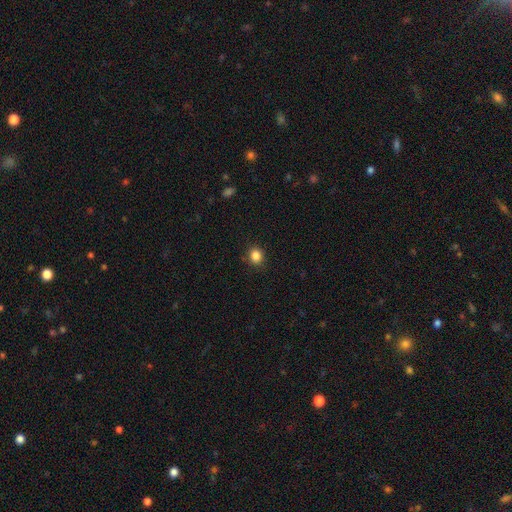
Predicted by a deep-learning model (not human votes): A smooth galaxy with no disk features (85%) that is round (73%).

Vote fractions:
- Smooth or featured? smooth: 85% / star or artifact: 11% / featured or disk: 4%
- How rounded? round: 73% / in between: 26% / cigar-shaped: 1%
- Merging? none: 88% / minor disturbance: 8% / major disturbance: 2% / merger: 1%